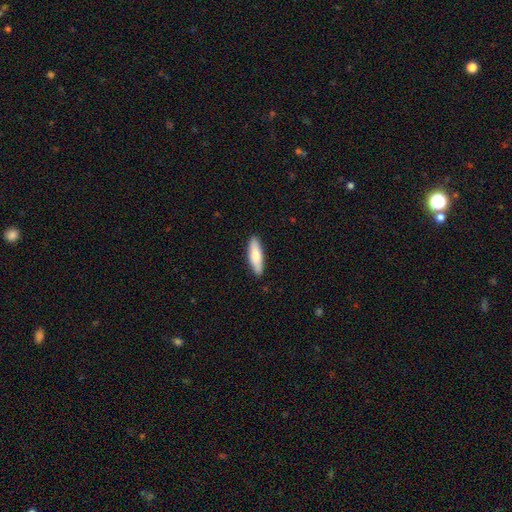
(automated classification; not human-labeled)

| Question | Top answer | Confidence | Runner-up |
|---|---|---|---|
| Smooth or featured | smooth | 79% | featured or disk (16%) |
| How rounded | cigar-shaped | 61% | in between (37%) |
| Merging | none | 87% | minor disturbance (10%) |